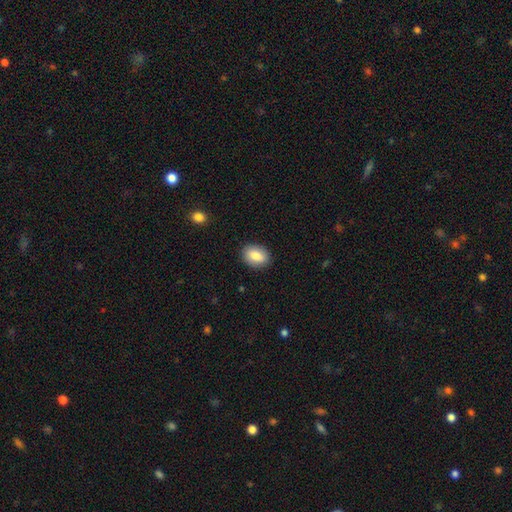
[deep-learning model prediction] A smooth galaxy with no disk features (83%) that is in between round and cigar-shaped (76%).

Vote fractions:
- Smooth or featured? smooth: 83% / featured or disk: 10% / star or artifact: 7%
- How rounded? in between: 76% / round: 23% / cigar-shaped: 1%
- Merging? none: 88% / minor disturbance: 9% / major disturbance: 2% / merger: 1%